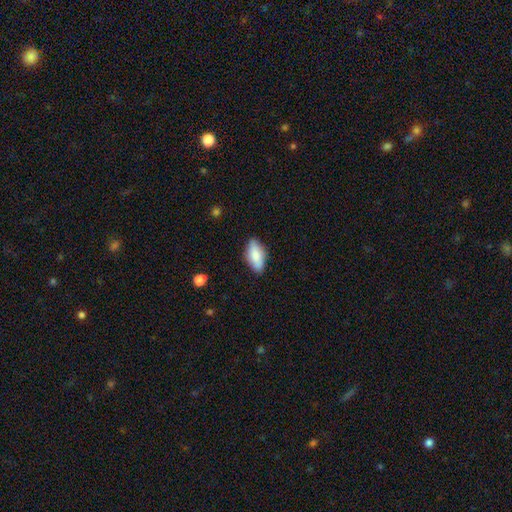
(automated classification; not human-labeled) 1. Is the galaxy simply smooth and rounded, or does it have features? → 79% smooth, 15% featured or disk, 6% star or artifact.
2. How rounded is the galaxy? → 86% in between, 11% cigar-shaped, 3% round.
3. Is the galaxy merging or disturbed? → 83% none, 14% minor disturbance, 3% major disturbance, 1% merger.